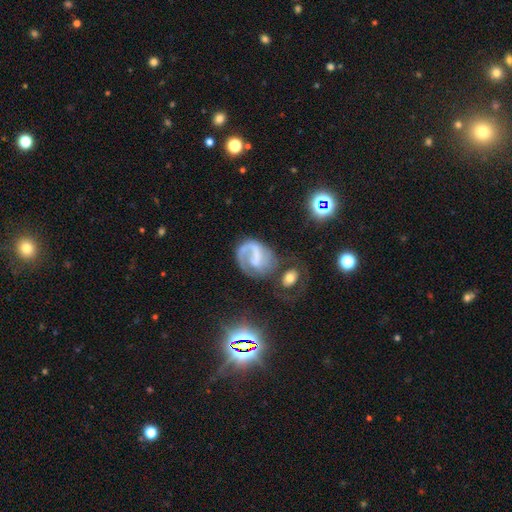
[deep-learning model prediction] This is likely a featured or disk galaxy (71%). It is clearly not viewed edge-on (98%). Bar: marginally weak (41%). Spiral arm pattern: clearly yes (83%). Spiral arm count: likely 1 (62%). Spiral winding: marginally medium (38%). Central bulge: possibly none (53%). Merging: marginally none (45%).